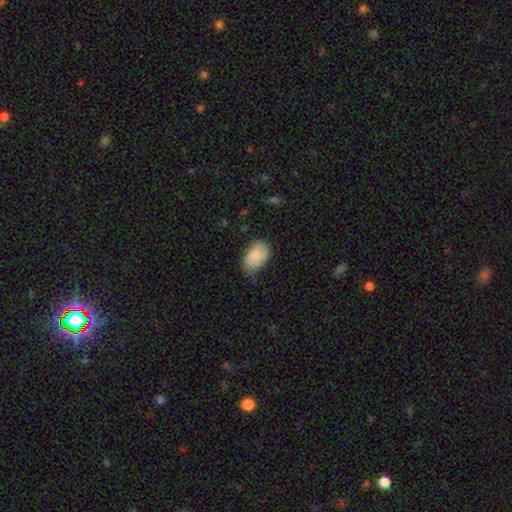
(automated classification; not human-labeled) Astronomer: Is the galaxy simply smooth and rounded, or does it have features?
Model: smooth — 82%.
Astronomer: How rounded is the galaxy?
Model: in between — 91%.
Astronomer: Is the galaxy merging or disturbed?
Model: none — 65%.